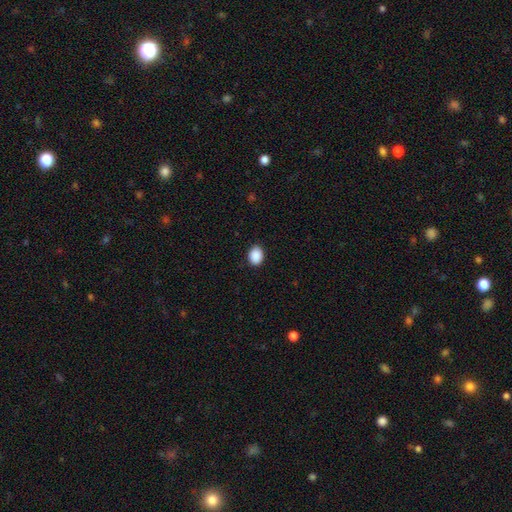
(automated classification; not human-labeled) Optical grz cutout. It shows a smooth galaxy with no disk features (90%) that is in between round and cigar-shaped (65%). Merging: none (90%).